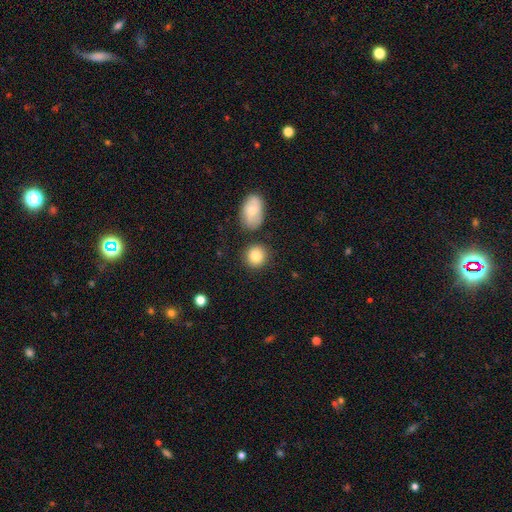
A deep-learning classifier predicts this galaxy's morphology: Q: Smooth or featured?
A: smooth (85%); runner-up: star or artifact (8%)
Q: How rounded?
A: round (82%); runner-up: in between (17%)
Q: Merging?
A: none (80%); runner-up: minor disturbance (10%)